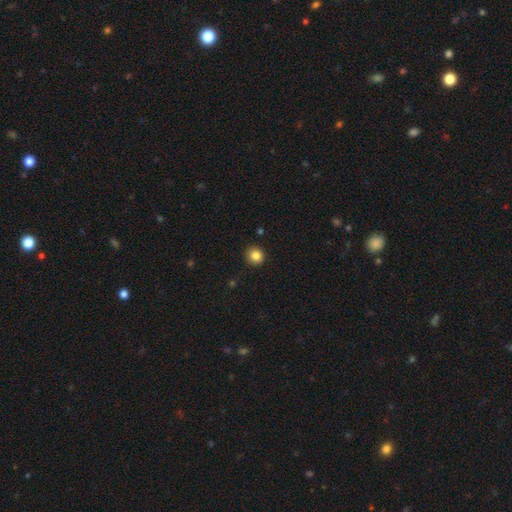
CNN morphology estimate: type=smooth (85%); roundness=round (88%); merging=none (91%).